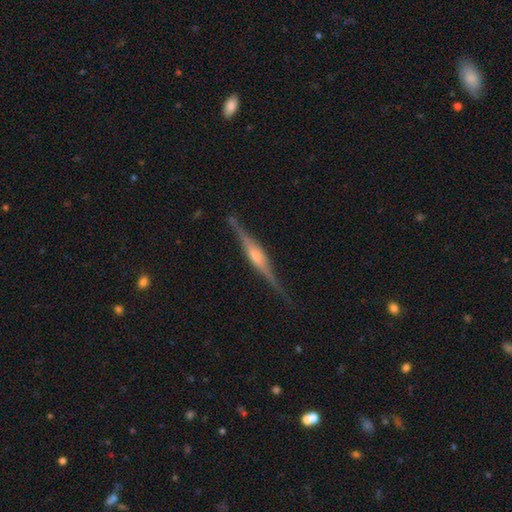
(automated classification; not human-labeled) Smooth or featured: featured or disk — 83% (smooth — 11%)
Edge-on disk: yes — 98% (no — 2%)
Edge-on bulge: rounded — 67% (boxy — 26%)
Merging: none — 86% (minor disturbance — 11%)